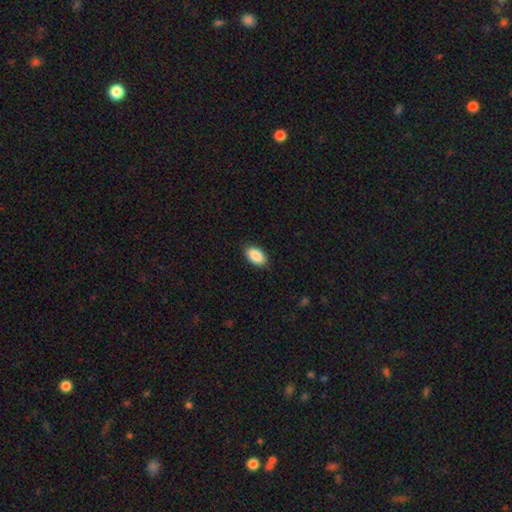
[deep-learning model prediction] Smooth or featured? Predicted: smooth (p=0.89). How rounded? Predicted: in between (p=0.93). Merging? Predicted: none (p=0.88).